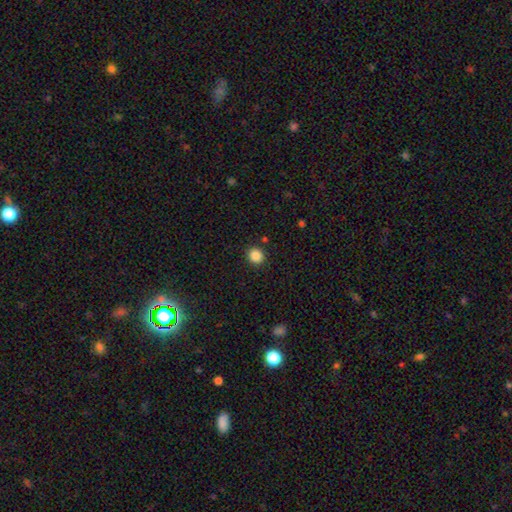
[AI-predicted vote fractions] smooth 86%, star or artifact 10%, featured or disk 3%. Down the decision tree: how rounded — round (84%); merging — none (90%).